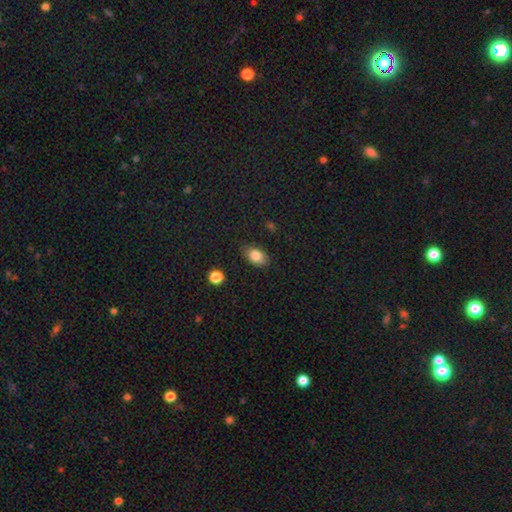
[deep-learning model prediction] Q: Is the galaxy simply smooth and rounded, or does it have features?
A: smooth — 83%.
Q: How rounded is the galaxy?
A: in between — 87%.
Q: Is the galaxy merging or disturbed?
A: none — 82%.